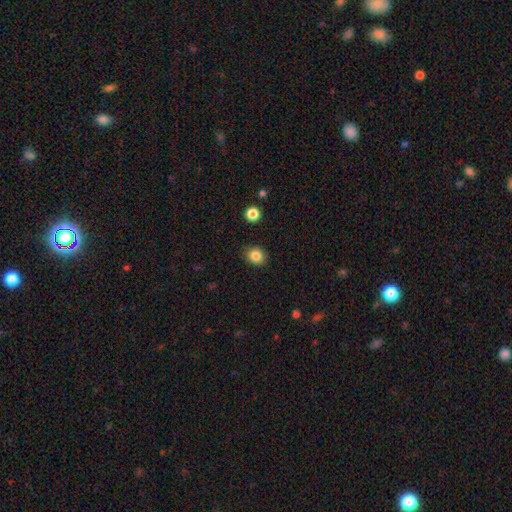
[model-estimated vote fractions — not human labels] A smooth galaxy with no disk features (85%) that is round (66%).

Vote fractions:
- Smooth or featured? smooth: 85% / star or artifact: 10% / featured or disk: 5%
- How rounded? round: 66% / in between: 34% / cigar-shaped: 1%
- Merging? none: 89% / minor disturbance: 8% / major disturbance: 2% / merger: 1%